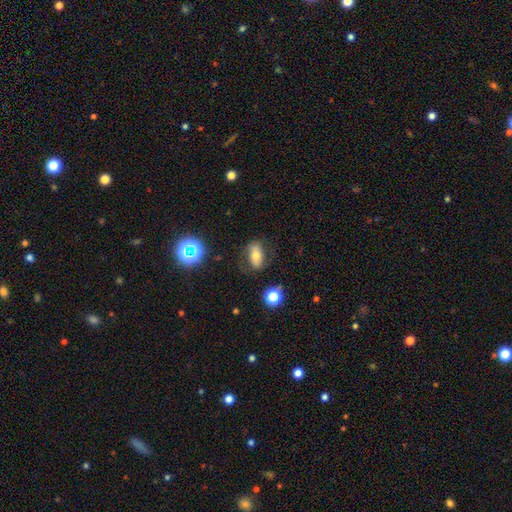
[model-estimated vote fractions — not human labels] smooth_or_featured: smooth (p=0.57) [alt: featured or disk p=0.29]
how_rounded: in between (p=0.82) [alt: round p=0.10]
merging: none (p=0.74) [alt: minor disturbance p=0.17]